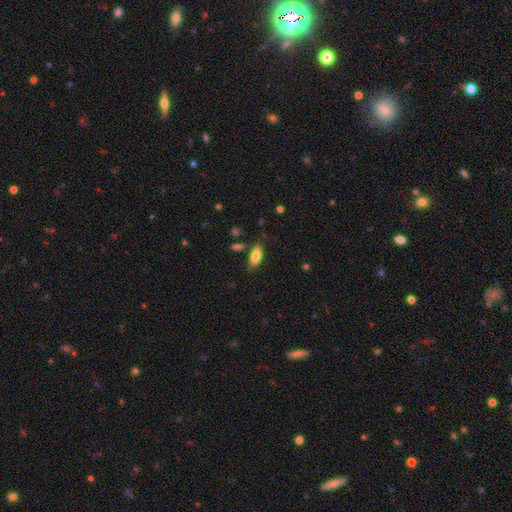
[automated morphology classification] This appears to be a smooth galaxy with no disk features (81%) that is in between round and cigar-shaped (83%). Merging: none (77%).